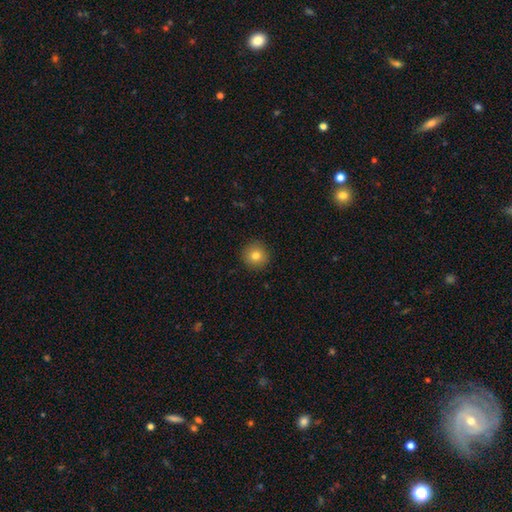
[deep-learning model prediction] Q: Smooth or featured?
A: smooth (80%); runner-up: star or artifact (11%)
Q: How rounded?
A: round (95%); runner-up: in between (4%)
Q: Merging?
A: none (92%); runner-up: minor disturbance (5%)